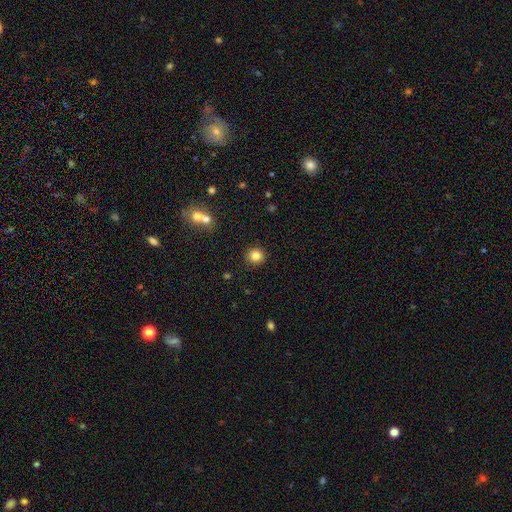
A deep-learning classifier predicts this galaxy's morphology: This is clearly a smooth galaxy (82%). How rounded: clearly round (93%). Merging: clearly none (91%).